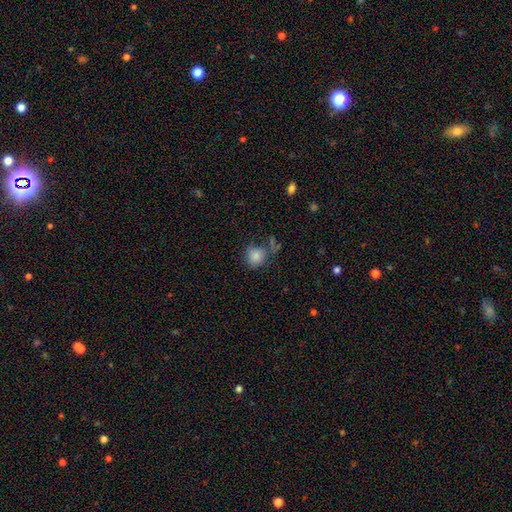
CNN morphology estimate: This is clearly a smooth galaxy (84%). How rounded: clearly round (80%). Merging: likely none (65%).